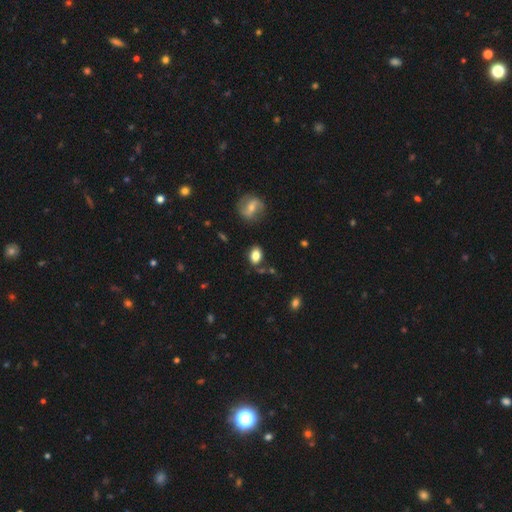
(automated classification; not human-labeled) This appears to be a smooth galaxy with no disk features (79%) that is in between round and cigar-shaped (80%). Merging: none (77%).